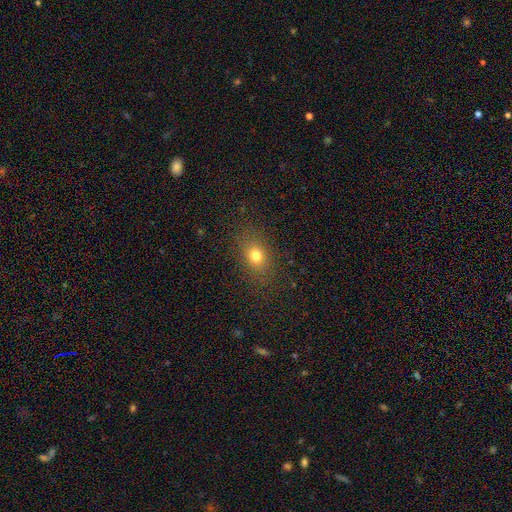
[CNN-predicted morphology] A smooth galaxy with no disk features (75%) that is in between round and cigar-shaped (57%). Merging: none (85%).